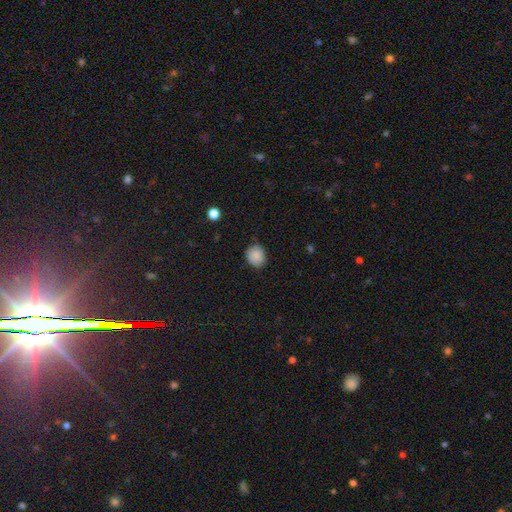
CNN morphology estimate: Smooth or featured?
  - smooth: 86% *
  - star or artifact: 8%
  - featured or disk: 6%
How rounded?
  - round: 73% *
  - in between: 26%
  - cigar-shaped: 1%
Merging?
  - none: 79% *
  - minor disturbance: 17%
  - major disturbance: 3%
  - merger: 1%